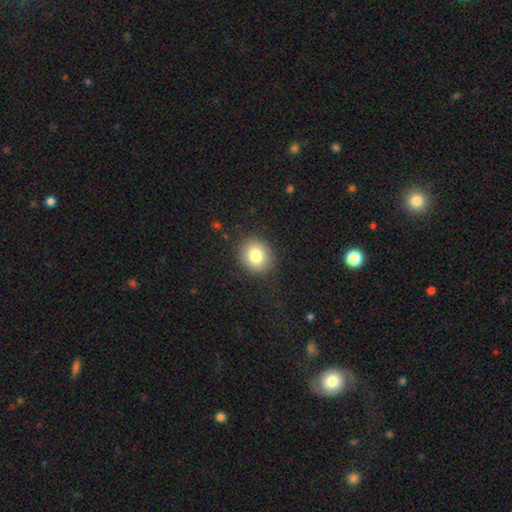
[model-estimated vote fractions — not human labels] Smooth or featured? smooth (81%)
How rounded? round (77%)
Merging? none (87%)